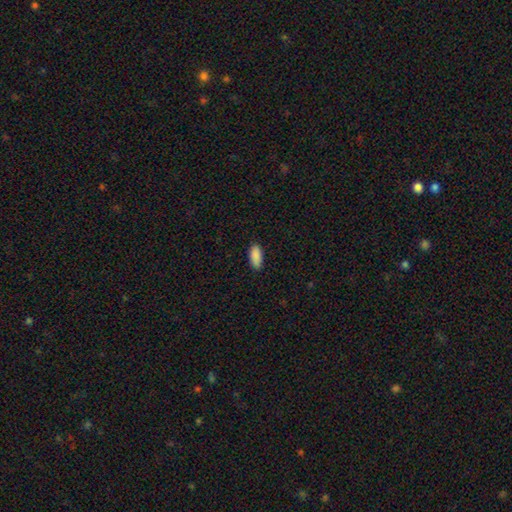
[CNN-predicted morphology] The model was most divided on "how rounded": in between: 86%, cigar-shaped: 12%, round: 2%. More confident: smooth or featured — smooth (90%); merging — none (86%).